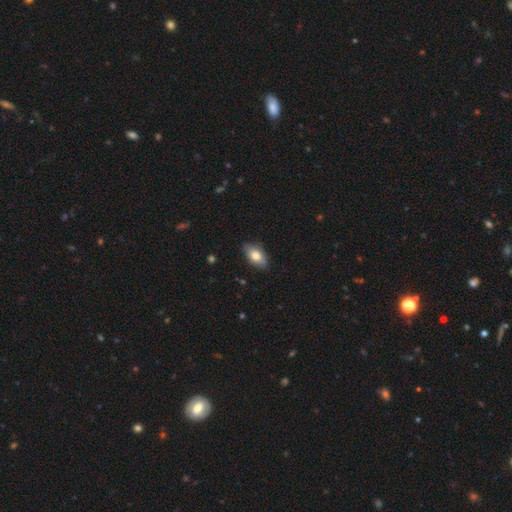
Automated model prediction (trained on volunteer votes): A smooth galaxy with no disk features (76%) that is in between round and cigar-shaped (91%).

Vote fractions:
- Smooth or featured? smooth: 76% / featured or disk: 17% / star or artifact: 7%
- How rounded? in between: 91% / round: 5% / cigar-shaped: 4%
- Merging? none: 83% / minor disturbance: 14% / major disturbance: 2% / merger: 1%